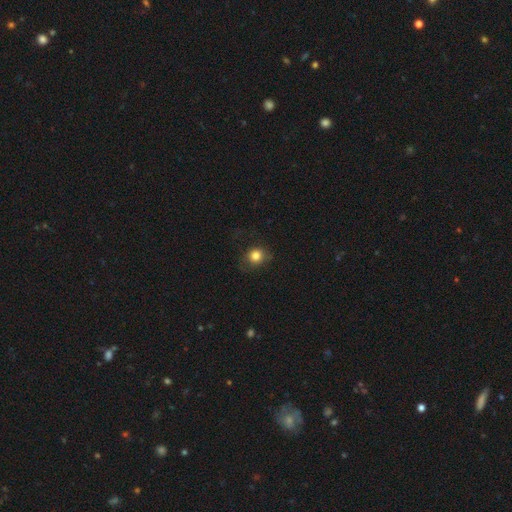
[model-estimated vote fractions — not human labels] A smooth galaxy with no disk features (82%) that is round (78%). Merging: none (72%).